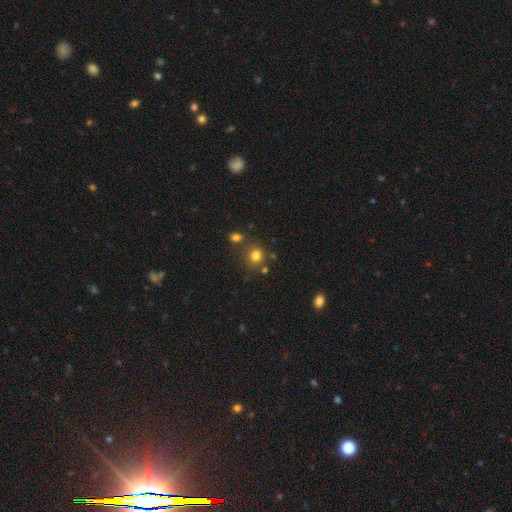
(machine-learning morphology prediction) Smooth or featured? smooth (78%)
How rounded? round (80%)
Merging? none (73%)